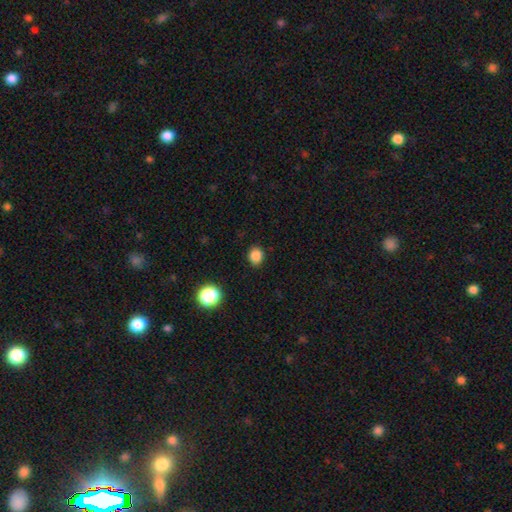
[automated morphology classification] The model was most divided on "how rounded": round: 64%, in between: 35%, cigar-shaped: 1%. More confident: merging — none (87%); smooth or featured — smooth (84%).